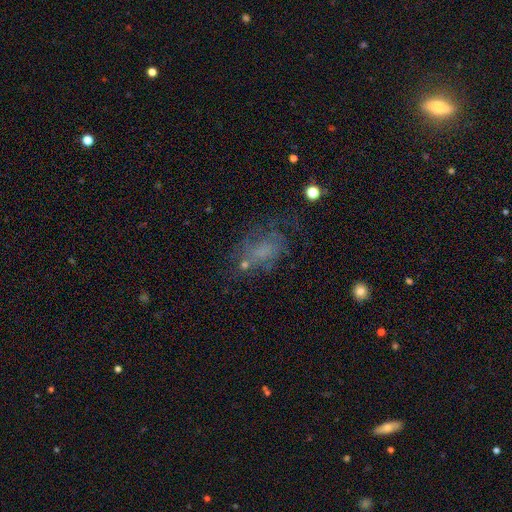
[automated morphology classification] smooth_or_featured: featured or disk (p=0.44) [alt: smooth p=0.35]
merging: none (p=0.45) [alt: major disturbance p=0.28]